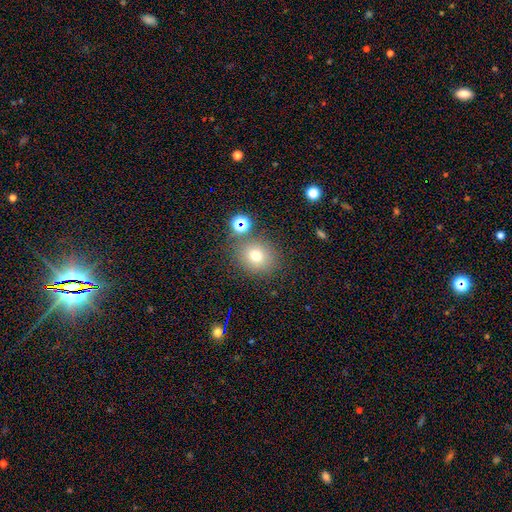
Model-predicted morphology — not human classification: Smooth or featured? smooth (71%)
How rounded? round (80%)
Merging? none (78%)